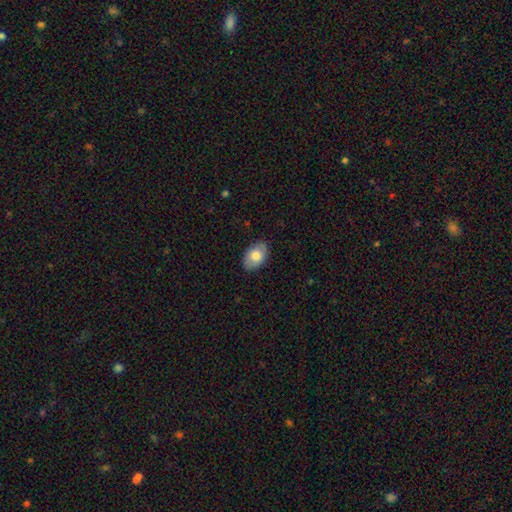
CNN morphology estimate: Q: Smooth or featured?
A: smooth (80%); runner-up: featured or disk (13%)
Q: How rounded?
A: in between (90%); runner-up: round (9%)
Q: Merging?
A: none (86%); runner-up: minor disturbance (11%)